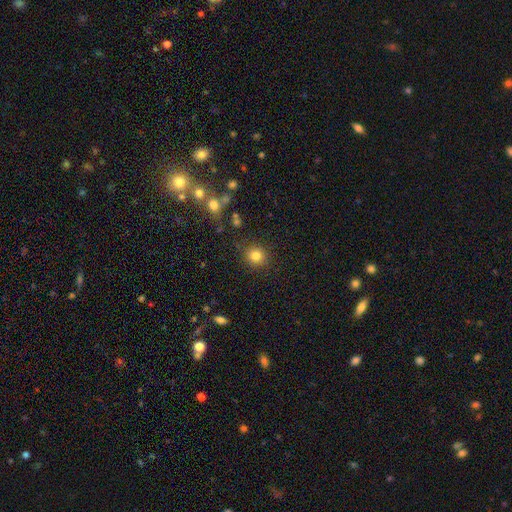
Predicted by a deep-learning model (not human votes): The model was most divided on "smooth or featured": smooth: 82%, star or artifact: 12%, featured or disk: 6%. More confident: merging — none (88%); how rounded — round (87%).